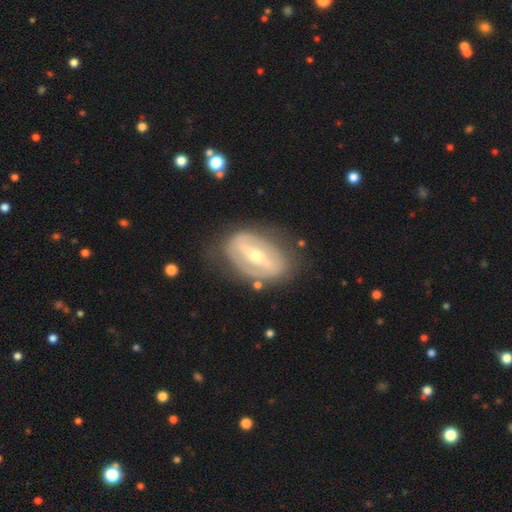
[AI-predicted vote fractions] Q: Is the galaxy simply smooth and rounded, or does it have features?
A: featured or disk — 77%.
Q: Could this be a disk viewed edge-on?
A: no — 90%.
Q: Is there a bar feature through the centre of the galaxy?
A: strong — 67%.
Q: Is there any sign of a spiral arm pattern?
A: no — 51%.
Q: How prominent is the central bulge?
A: moderate — 53%.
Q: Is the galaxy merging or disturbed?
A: none — 72%.